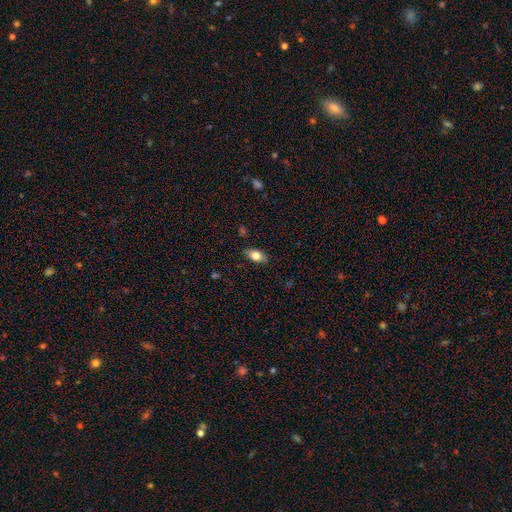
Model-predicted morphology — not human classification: smooth-or-featured: smooth: 76% | featured or disk: 17% | star or artifact: 7%
  how-rounded: in between: 87% | cigar-shaped: 7% | round: 6%
  merging: none: 84% | minor disturbance: 13% | major disturbance: 2% | merger: 1%